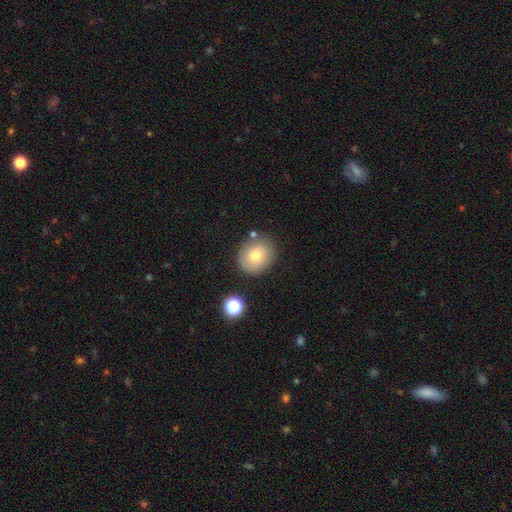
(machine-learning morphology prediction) This appears to be a smooth galaxy with no disk features (74%) that is round (71%). Merging: none (79%).